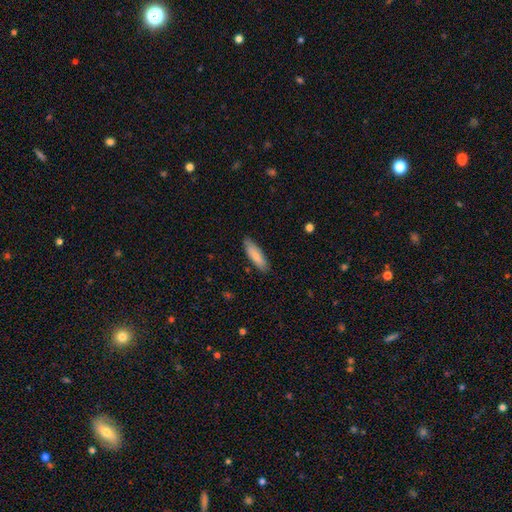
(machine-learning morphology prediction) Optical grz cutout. It shows a smooth galaxy with no disk features (76%) that is cigar-shaped (51%). Merging: none (85%).